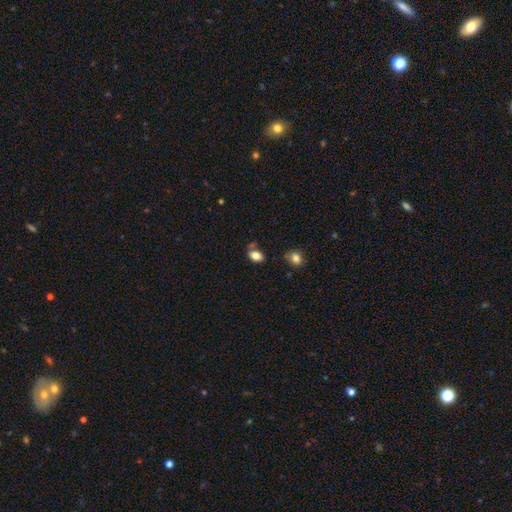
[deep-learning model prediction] Smooth or featured: smooth — 82% (star or artifact — 10%)
How rounded: in between — 81% (round — 17%)
Merging: none — 65% (minor disturbance — 18%)